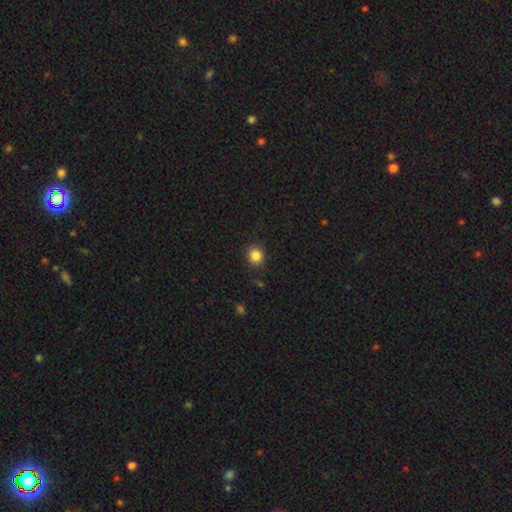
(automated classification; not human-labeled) Smooth or featured?
  - smooth: 85% *
  - star or artifact: 11%
  - featured or disk: 5%
How rounded?
  - round: 81% *
  - in between: 18%
  - cigar-shaped: 1%
Merging?
  - none: 88% *
  - minor disturbance: 9%
  - major disturbance: 3%
  - merger: 1%